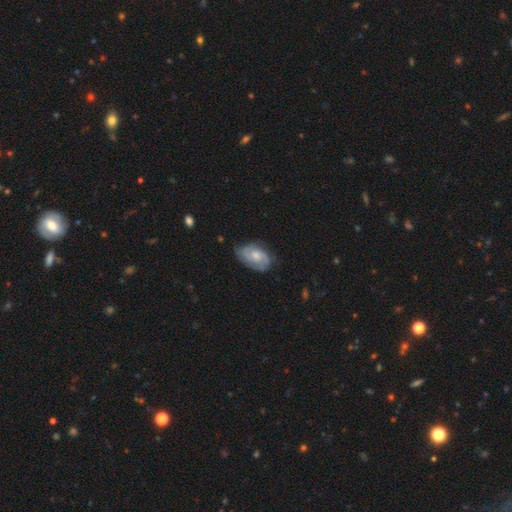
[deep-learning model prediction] Smooth or featured? featured or disk (76%)
Edge-on disk? no (97%)
Bar? no (62%)
Spiral arms? yes (94%)
Spiral winding? tight (46%)
Spiral arm count? 2 (67%)
Bulge size? moderate (55%)
Merging? none (69%)